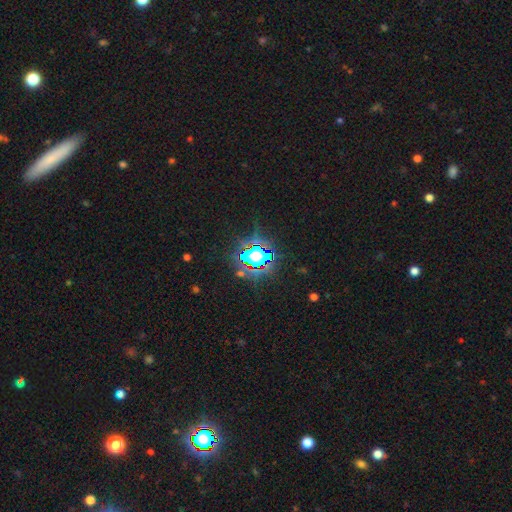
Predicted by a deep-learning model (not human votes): This appears to be a star or artifact, not a galaxy (69%).